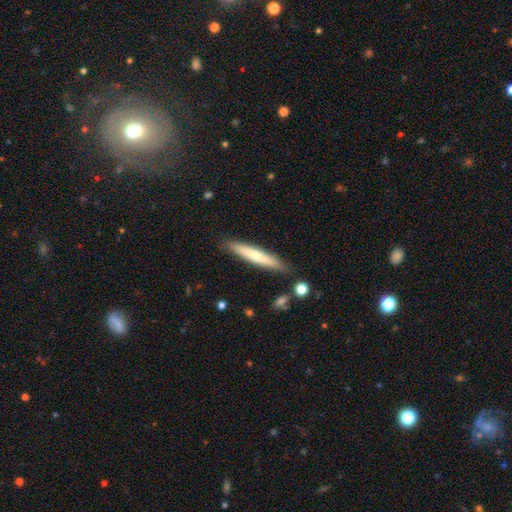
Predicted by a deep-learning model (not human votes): A smooth galaxy with no disk features (54%) that is cigar-shaped (92%). Merging: none (87%).